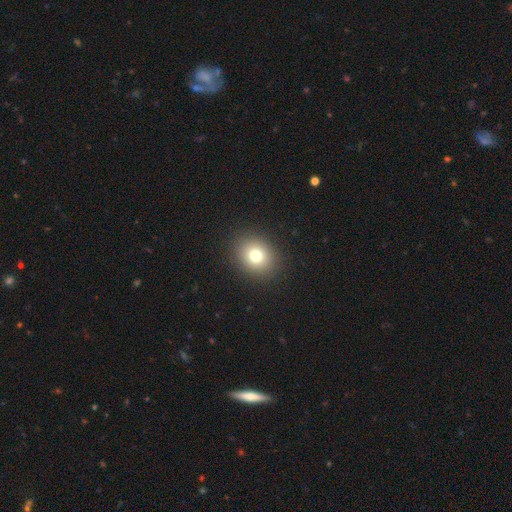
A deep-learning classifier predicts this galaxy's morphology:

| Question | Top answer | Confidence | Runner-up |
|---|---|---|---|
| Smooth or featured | smooth | 77% | star or artifact (13%) |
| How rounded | round | 62% | in between (37%) |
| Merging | none | 90% | minor disturbance (6%) |